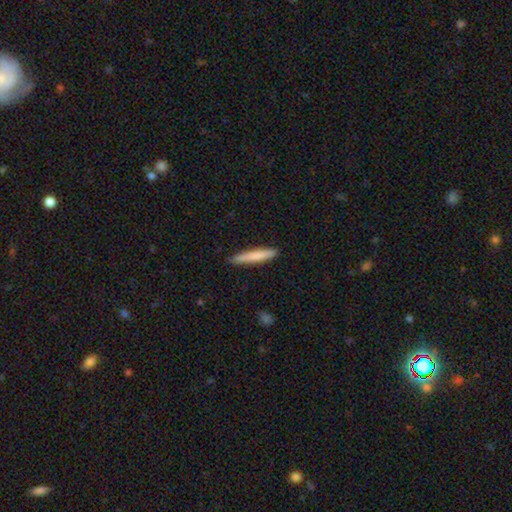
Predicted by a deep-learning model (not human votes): smooth 75%, featured or disk 19%, star or artifact 5%. Down the decision tree: how rounded — cigar-shaped (94%); merging — none (89%).